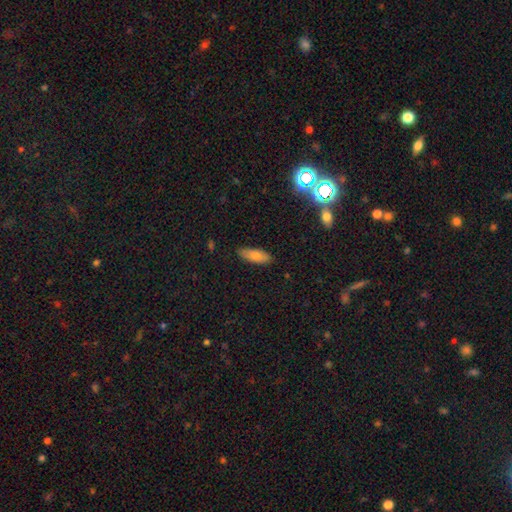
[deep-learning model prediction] smooth_or_featured: smooth (p=0.74) [alt: featured or disk p=0.17]
how_rounded: in between (p=0.68) [alt: cigar-shaped p=0.30]
merging: none (p=0.86) [alt: minor disturbance p=0.10]